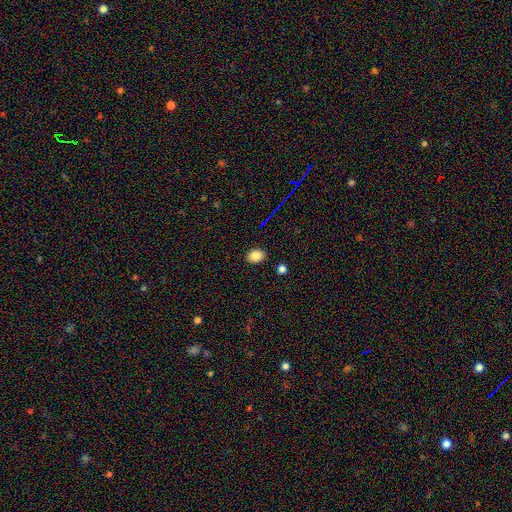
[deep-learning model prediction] This appears to be a smooth galaxy with no disk features (83%) that is in between round and cigar-shaped (65%). Merging: none (88%).